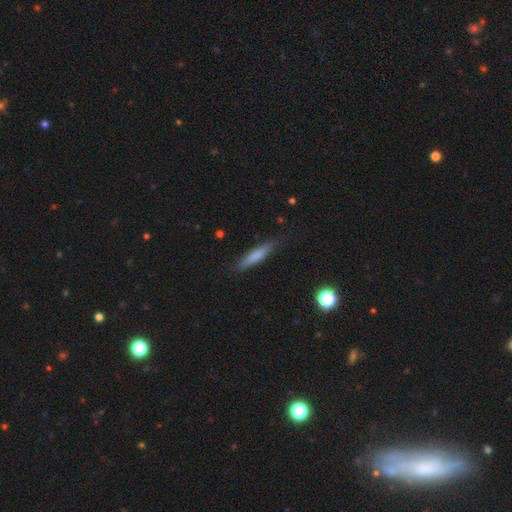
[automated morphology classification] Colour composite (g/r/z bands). It shows a smooth galaxy with no disk features (72%) that is cigar-shaped (87%). Merging: none (83%).